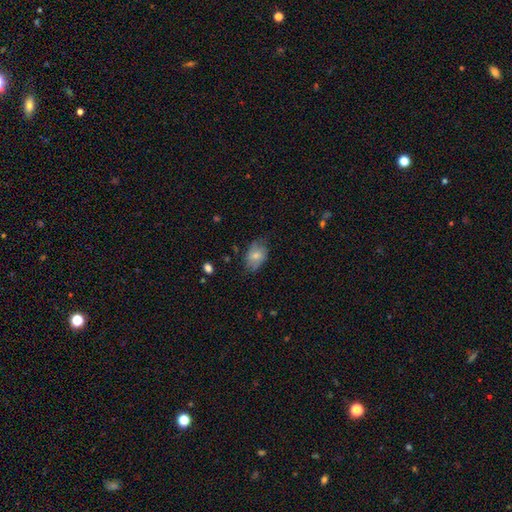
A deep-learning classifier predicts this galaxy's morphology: smooth-or-featured: smooth: 64% | featured or disk: 28% | star or artifact: 8%
  how-rounded: in between: 80% | round: 18% | cigar-shaped: 1%
  merging: none: 61% | minor disturbance: 29% | major disturbance: 9% | merger: 1%